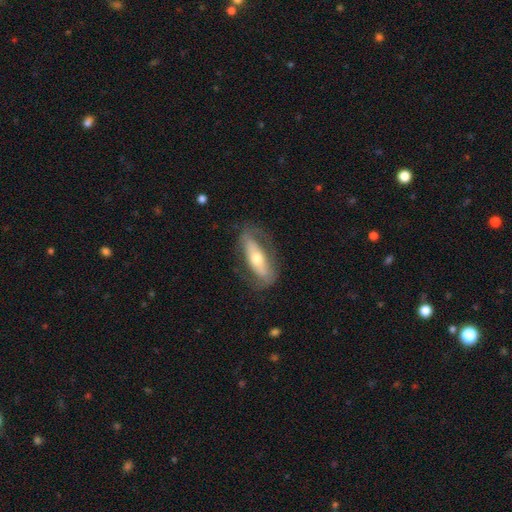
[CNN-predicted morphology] Smooth or featured?
  - featured or disk: 60% *
  - smooth: 34%
  - star or artifact: 6%
Edge-on disk?
  - no: 67% *
  - yes: 33%
Merging?
  - none: 73% *
  - minor disturbance: 16%
  - major disturbance: 9%
  - merger: 1%